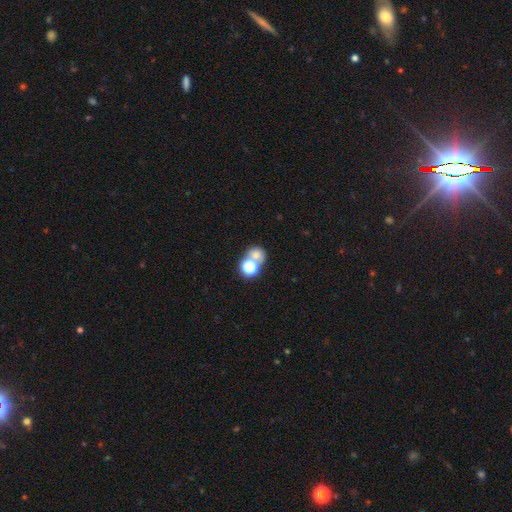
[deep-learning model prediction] The model was most divided on "merging": merger: 48%, none: 39%, minor disturbance: 8%, major disturbance: 5%. More confident: how rounded — round (70%); smooth or featured — smooth (65%).